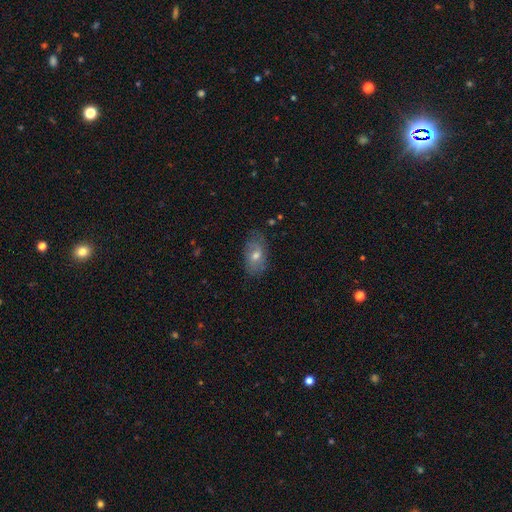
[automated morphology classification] Overall: smooth (50%; featured or disk 39%). How rounded: in between (88%). Merging: none (75%).